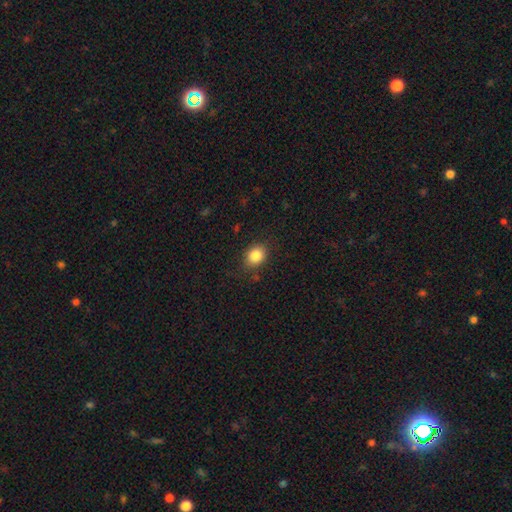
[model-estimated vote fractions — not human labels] Smooth or featured? Predicted: smooth (p=0.85). How rounded? Predicted: round (p=0.51). Merging? Predicted: none (p=0.83).